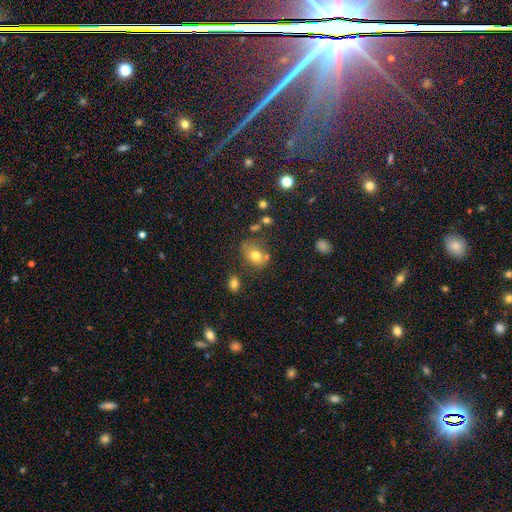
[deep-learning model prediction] Smooth or featured: smooth — 73% (featured or disk — 15%)
How rounded: in between — 57% (round — 41%)
Merging: none — 59% (minor disturbance — 21%)